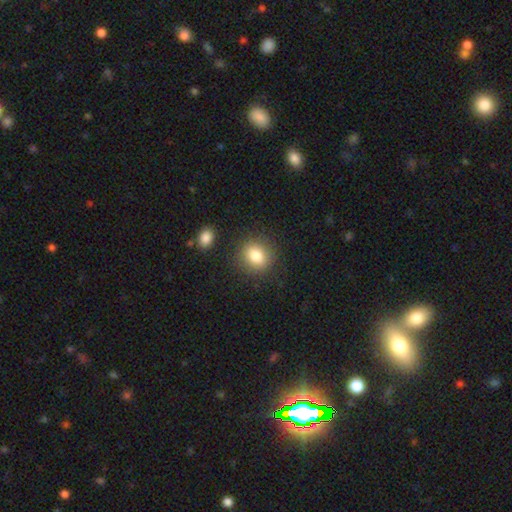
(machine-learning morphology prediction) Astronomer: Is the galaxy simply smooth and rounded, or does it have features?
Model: smooth — 82%.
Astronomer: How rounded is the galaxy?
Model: round — 69%.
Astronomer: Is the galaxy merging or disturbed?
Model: none — 85%.